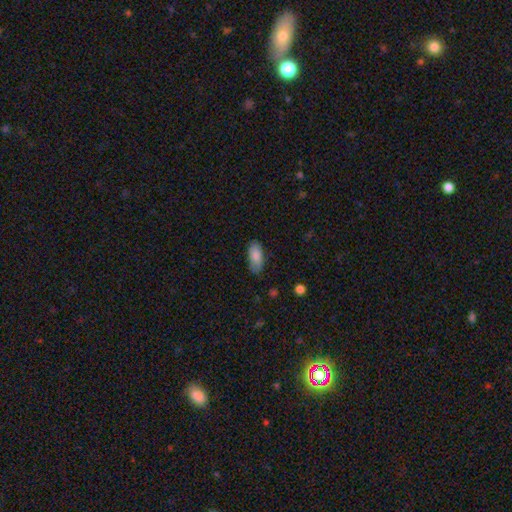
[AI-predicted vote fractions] A smooth galaxy with no disk features (86%) that is in between round and cigar-shaped (88%). Merging: none (80%).